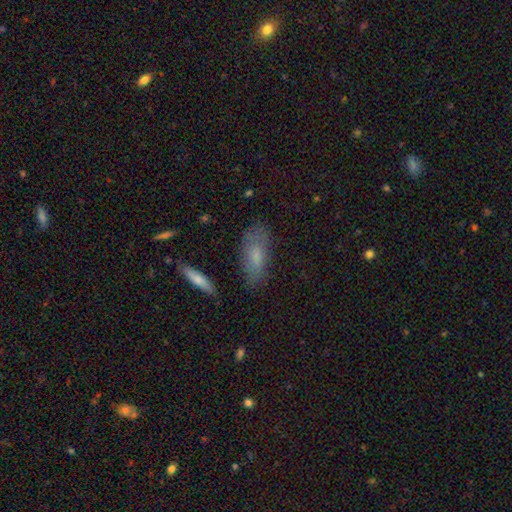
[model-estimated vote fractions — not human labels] The model was most divided on "smooth or featured": smooth: 69%, featured or disk: 22%, star or artifact: 9%. More confident: how rounded — in between (76%); merging — none (74%).